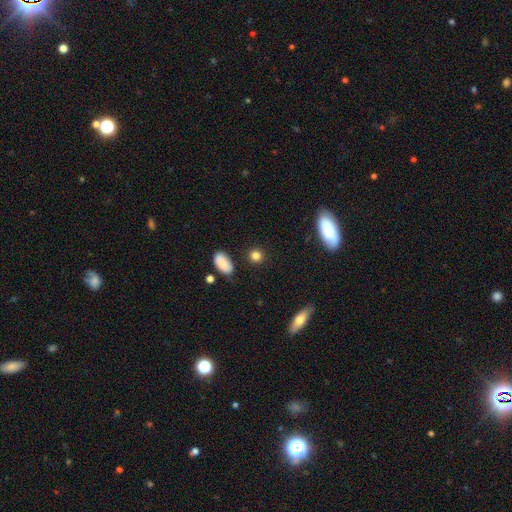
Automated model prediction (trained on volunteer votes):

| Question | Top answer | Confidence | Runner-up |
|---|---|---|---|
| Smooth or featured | smooth | 83% | star or artifact (11%) |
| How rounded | round | 82% | in between (16%) |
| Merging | none | 85% | minor disturbance (10%) |